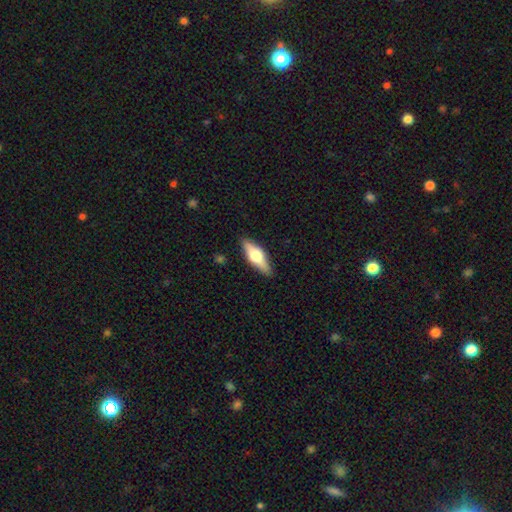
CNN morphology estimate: Smooth or featured?
  - featured or disk: 52% *
  - smooth: 42%
  - star or artifact: 6%
Edge-on disk?
  - yes: 92% *
  - no: 8%
Merging?
  - none: 88% *
  - minor disturbance: 9%
  - major disturbance: 2%
  - merger: 1%